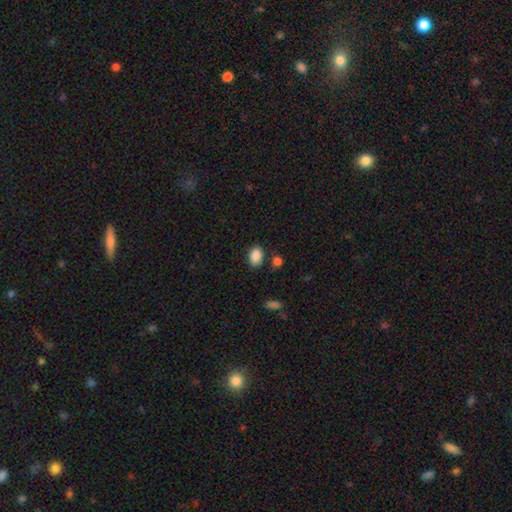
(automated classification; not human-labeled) Overall: smooth (88%). How rounded: in between (85%). Merging: none (78%).